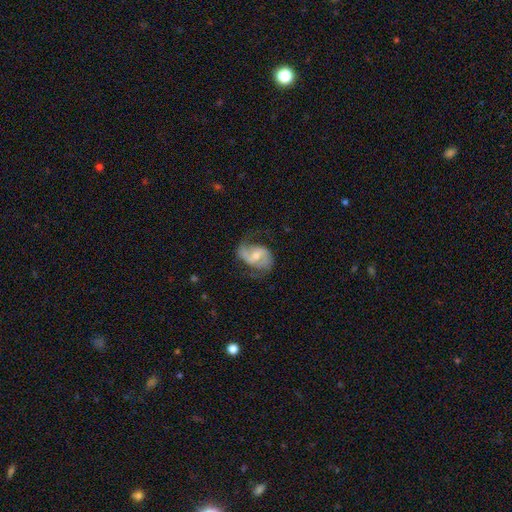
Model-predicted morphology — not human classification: Q: Smooth or featured?
A: featured or disk (77%); runner-up: smooth (17%)
Q: Edge-on disk?
A: no (97%); runner-up: yes (3%)
Q: Bar?
A: weak (52%); runner-up: no (30%)
Q: Spiral arms?
A: yes (92%); runner-up: no (8%)
Q: Spiral winding?
A: medium (45%); runner-up: loose (41%)
Q: Spiral arm count?
A: 2 (87%); runner-up: can't tell (6%)
Q: Bulge size?
A: moderate (52%); runner-up: small (38%)
Q: Merging?
A: none (60%); runner-up: minor disturbance (22%)